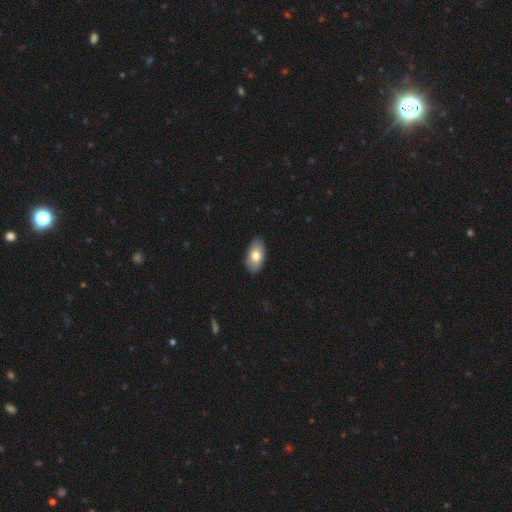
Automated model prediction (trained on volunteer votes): Smooth or featured: smooth — 75% (featured or disk — 19%)
How rounded: in between — 94% (round — 4%)
Merging: none — 88% (minor disturbance — 10%)